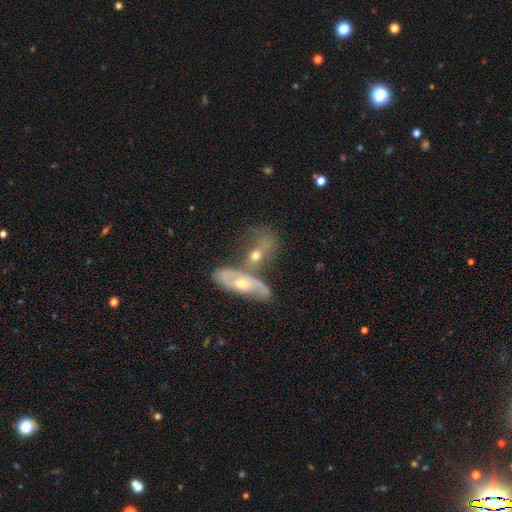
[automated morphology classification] A featured or disk galaxy (58%). Merging: merger (50%).